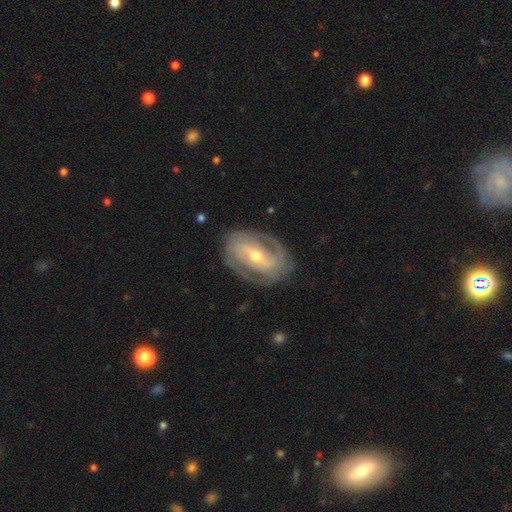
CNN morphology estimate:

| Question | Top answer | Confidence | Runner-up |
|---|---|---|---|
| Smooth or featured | featured or disk | 84% | smooth (11%) |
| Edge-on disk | no | 95% | yes (5%) |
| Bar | strong | 43% | weak (36%) |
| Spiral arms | yes | 87% | no (13%) |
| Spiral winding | tight | 54% | medium (35%) |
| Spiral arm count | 2 | 70% | can't tell (16%) |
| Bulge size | moderate | 57% | small (39%) |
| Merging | none | 78% | minor disturbance (15%) |